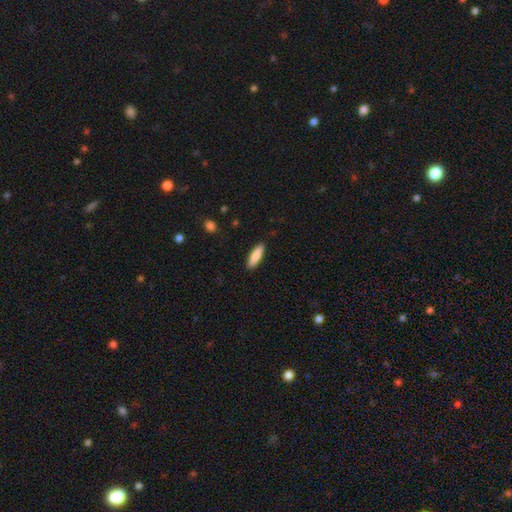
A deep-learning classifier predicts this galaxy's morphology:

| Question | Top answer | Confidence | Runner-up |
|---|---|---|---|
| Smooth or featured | smooth | 82% | featured or disk (13%) |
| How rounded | cigar-shaped | 65% | in between (34%) |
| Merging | none | 90% | minor disturbance (8%) |